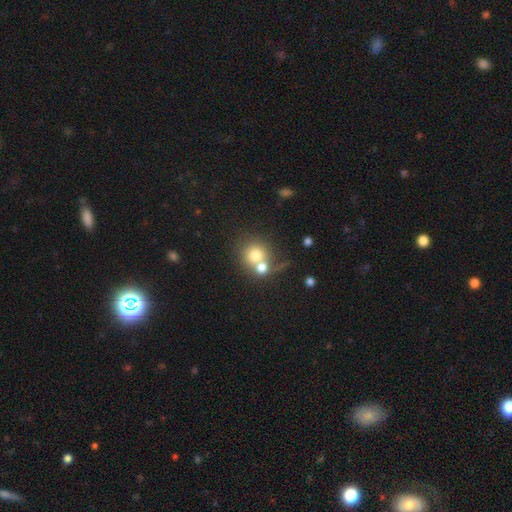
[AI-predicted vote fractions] smooth_or_featured: smooth (p=0.73) [alt: featured or disk p=0.16]
how_rounded: round (p=0.85) [alt: in between p=0.14]
merging: merger (p=0.52) [alt: none p=0.36]